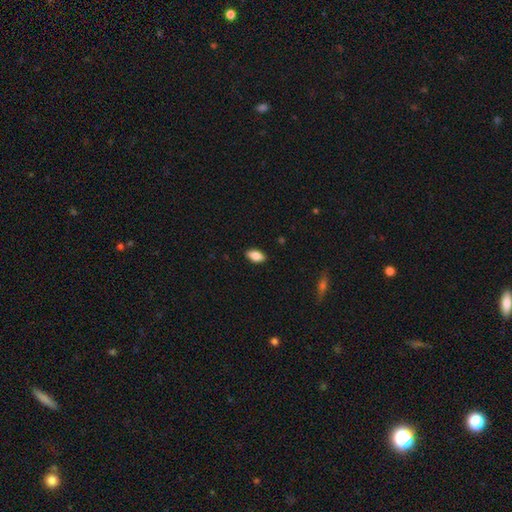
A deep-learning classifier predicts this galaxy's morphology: This appears to be a smooth galaxy with no disk features (85%) that is in between round and cigar-shaped (91%). Merging: none (88%).